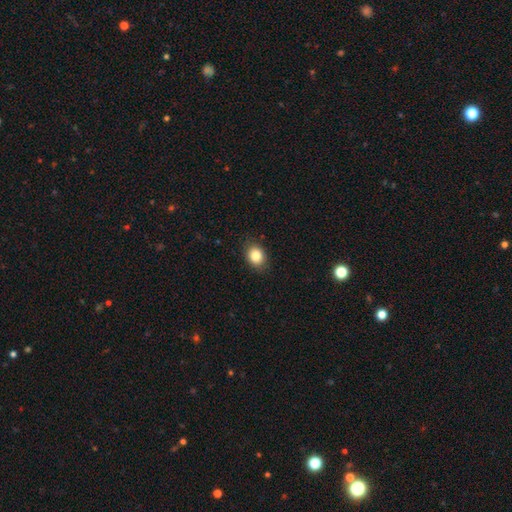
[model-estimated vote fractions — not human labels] Morphology: type=smooth (85%); roundness=in between (54%); merging=none (86%).